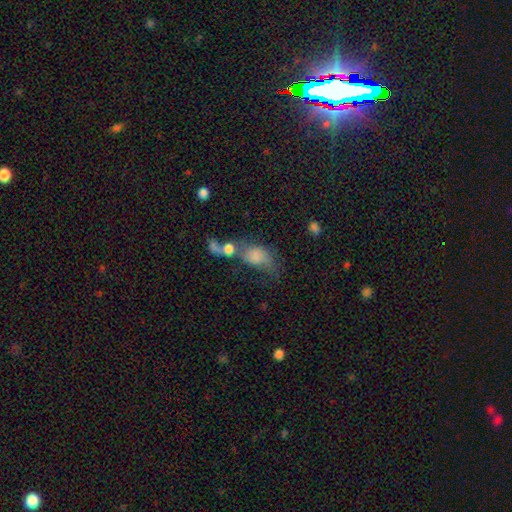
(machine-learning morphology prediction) A smooth galaxy with no disk features (62%) that is in between round and cigar-shaped (74%).

Vote fractions:
- Smooth or featured? smooth: 62% / featured or disk: 23% / star or artifact: 15%
- How rounded? in between: 74% / round: 21% / cigar-shaped: 5%
- Merging? merger: 43% / major disturbance: 23% / none: 20% / minor disturbance: 14%